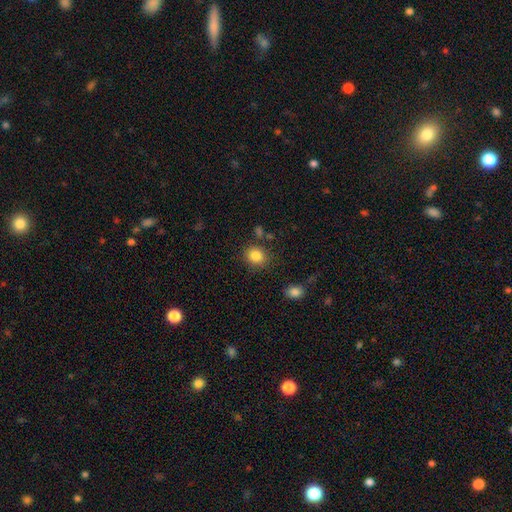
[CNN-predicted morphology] smooth_or_featured: smooth (p=0.85) [alt: star or artifact p=0.10]
how_rounded: round (p=0.73) [alt: in between p=0.26]
merging: none (p=0.80) [alt: minor disturbance p=0.11]